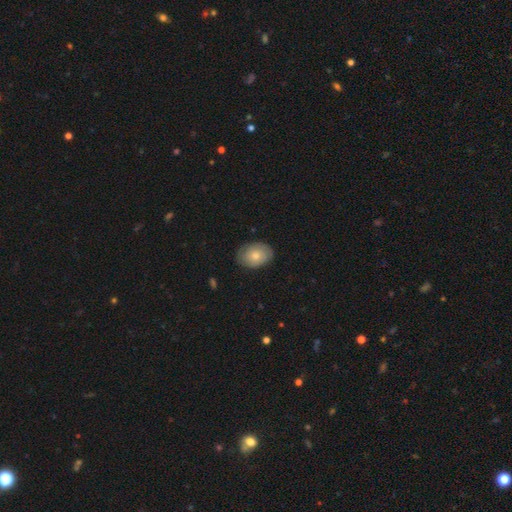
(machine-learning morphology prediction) A smooth galaxy with no disk features (63%) that is in between round and cigar-shaped (77%). Merging: none (79%).